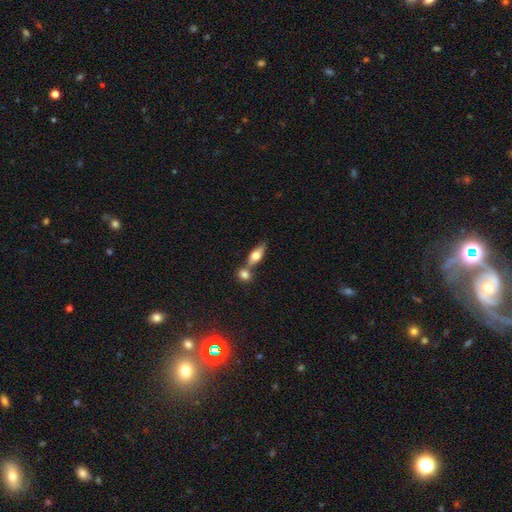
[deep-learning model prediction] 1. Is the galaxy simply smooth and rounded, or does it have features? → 59% smooth, 34% featured or disk, 7% star or artifact.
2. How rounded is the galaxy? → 64% in between, 28% cigar-shaped, 7% round.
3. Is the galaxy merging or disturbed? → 44% merger (tied), 44% none (tied), 9% minor disturbance, 3% major disturbance.